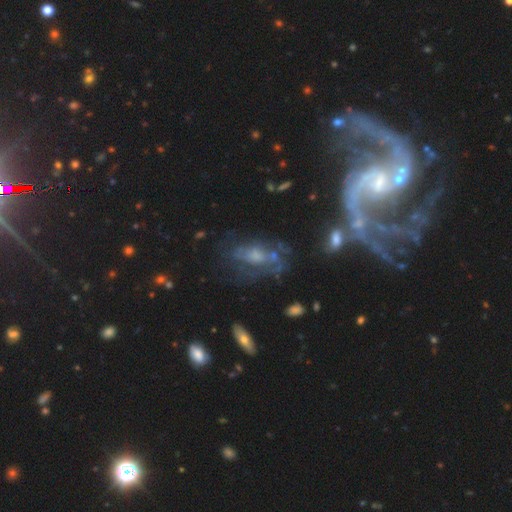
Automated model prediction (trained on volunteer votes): Smooth or featured? featured or disk (61%)
Edge-on disk? no (89%)
Bar? no (69%)
Spiral arms? yes (60%)
Bulge size? small (37%)
Merging? none (45%)